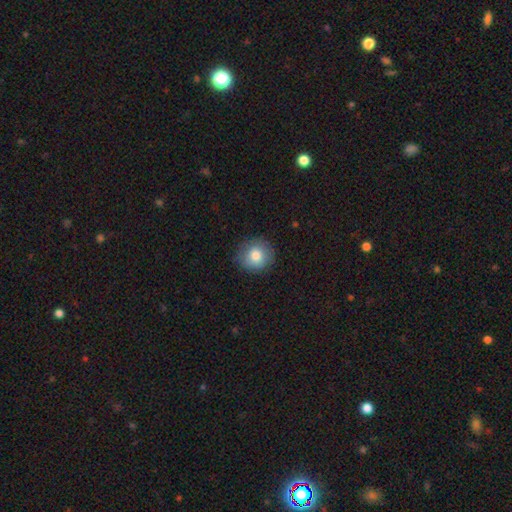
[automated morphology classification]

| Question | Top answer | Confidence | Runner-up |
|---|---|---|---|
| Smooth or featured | smooth | 80% | featured or disk (11%) |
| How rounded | round | 90% | in between (9%) |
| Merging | none | 85% | minor disturbance (11%) |